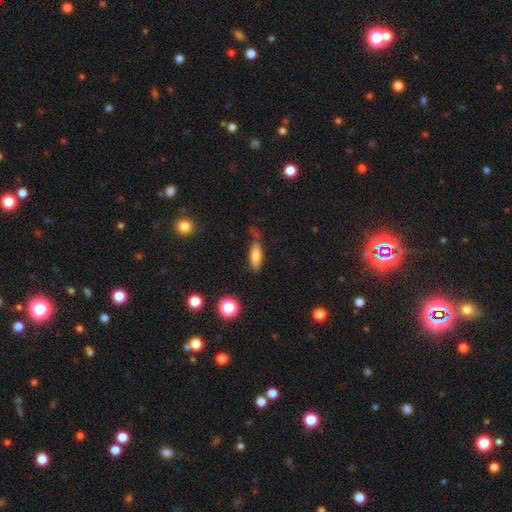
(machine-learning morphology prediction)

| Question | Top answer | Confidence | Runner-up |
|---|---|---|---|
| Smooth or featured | smooth | 76% | featured or disk (15%) |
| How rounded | in between | 56% | cigar-shaped (41%) |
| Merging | none | 63% | minor disturbance (22%) |